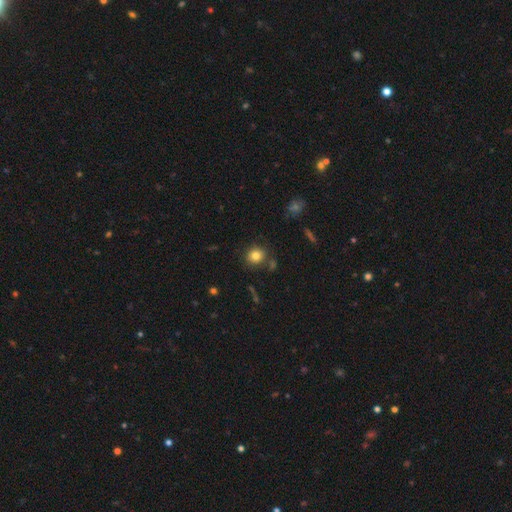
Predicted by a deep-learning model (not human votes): Q: Smooth or featured?
A: smooth (80%); runner-up: star or artifact (11%)
Q: How rounded?
A: round (82%); runner-up: in between (17%)
Q: Merging?
A: none (82%); runner-up: minor disturbance (10%)